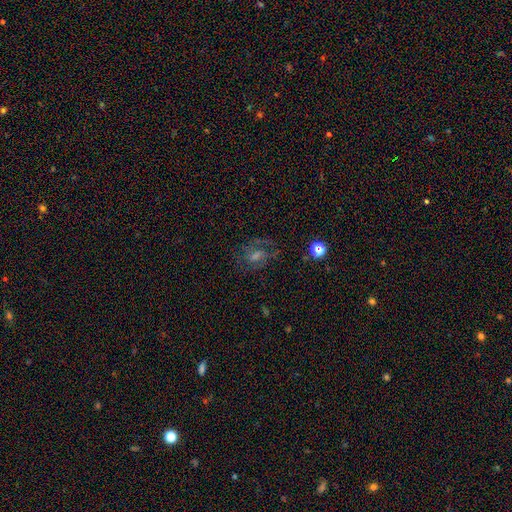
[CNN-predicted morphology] smooth-or-featured: featured or disk: 59% | star or artifact: 21% | smooth: 20%
  disk-edge-on: no: 96% | yes: 4%
    bar: weak: 46% | no: 41% | strong: 13%
    has-spiral-arms: yes: 84% | no: 16%
    bulge-size: moderate: 41% | small: 35% | none: 13% | large: 9% | dominant: 2%
  merging: none: 67% | minor disturbance: 16% | major disturbance: 14% | merger: 2%